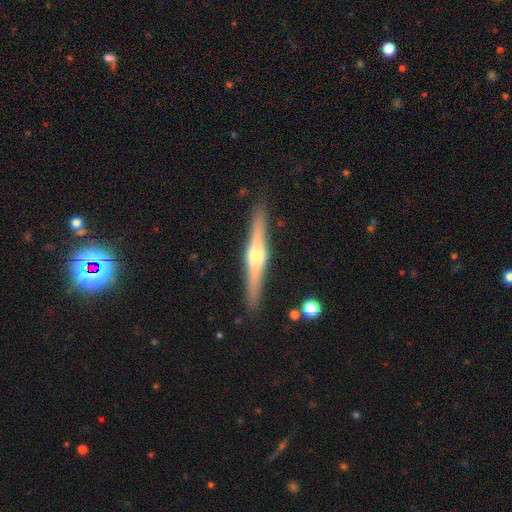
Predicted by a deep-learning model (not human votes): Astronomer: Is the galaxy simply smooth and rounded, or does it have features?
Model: featured or disk — 71%.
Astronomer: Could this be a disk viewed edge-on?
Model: yes — 97%.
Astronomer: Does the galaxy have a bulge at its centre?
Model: rounded — 90%.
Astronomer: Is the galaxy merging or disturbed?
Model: none — 89%.